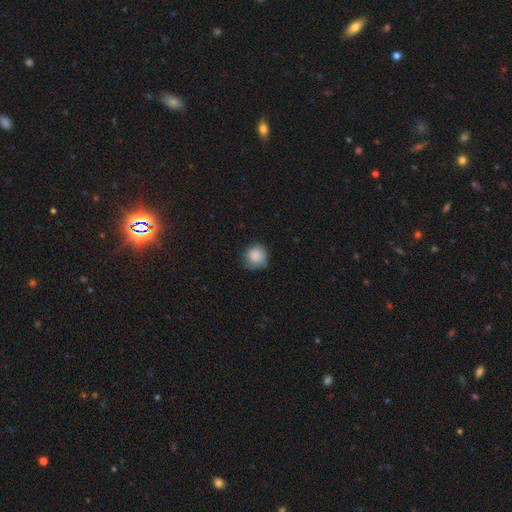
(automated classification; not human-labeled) This appears to be a smooth galaxy with no disk features (83%) that is round (88%). Merging: none (59%).